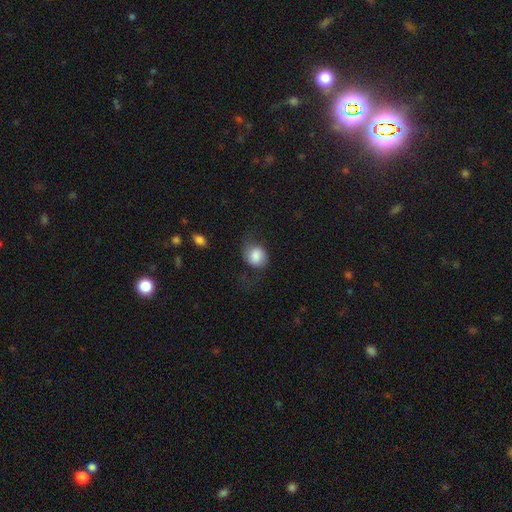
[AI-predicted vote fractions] smooth 69%, featured or disk 23%, star or artifact 8%. Down the decision tree: how rounded — round (66%); merging — none (51%).